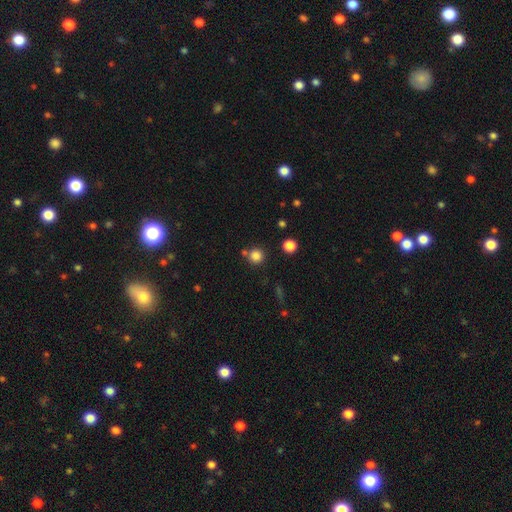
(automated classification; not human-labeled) Smooth or featured? smooth (82%)
How rounded? round (93%)
Merging? none (76%)